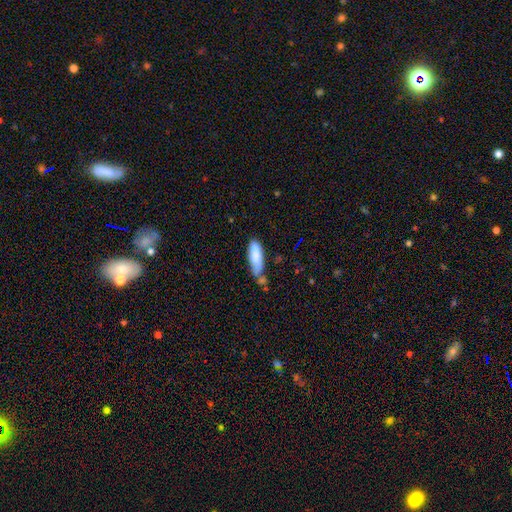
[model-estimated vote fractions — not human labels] Smooth or featured?
  - smooth: 82% *
  - featured or disk: 12%
  - star or artifact: 6%
How rounded?
  - in between: 55% *
  - cigar-shaped: 44%
  - round: 2%
Merging?
  - none: 50% *
  - minor disturbance: 30%
  - merger: 13%
  - major disturbance: 7%